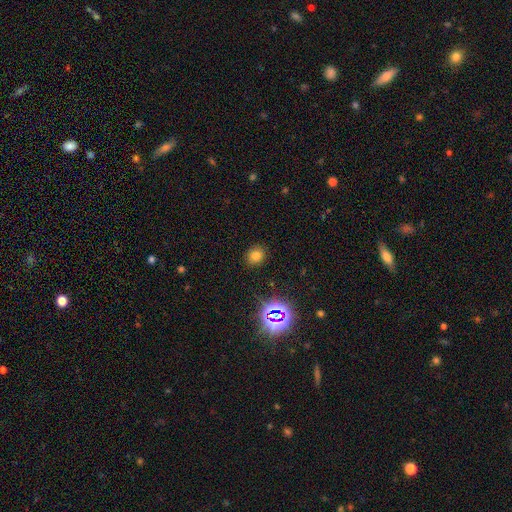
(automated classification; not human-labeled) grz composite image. It shows a smooth galaxy with no disk features (72%) that is round (70%). Merging: none (88%).